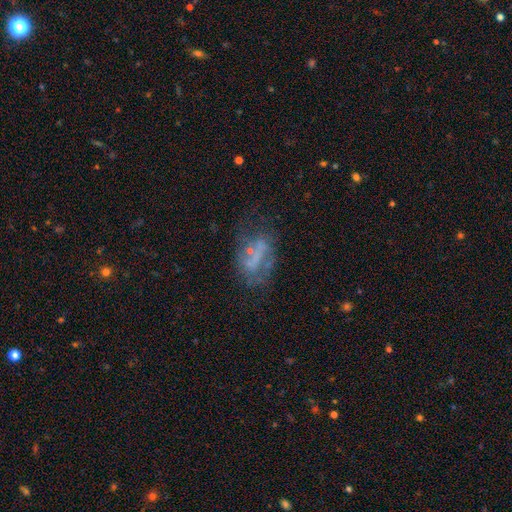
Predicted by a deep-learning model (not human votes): This appears to be a featured or disk galaxy (53%). Merging: none (47%).